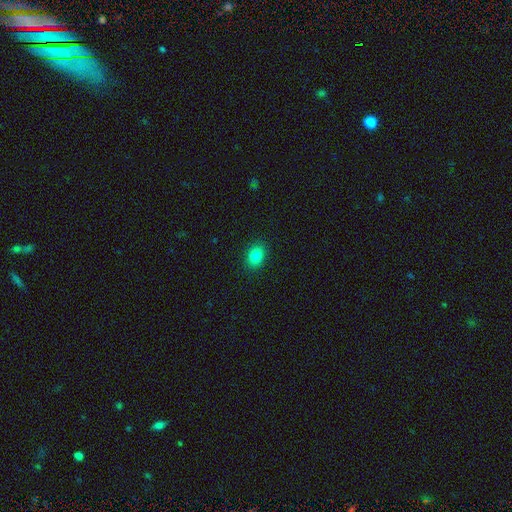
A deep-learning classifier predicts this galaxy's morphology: smooth 83%, star or artifact 11%, featured or disk 6%. Down the decision tree: how rounded — in between (68%); merging — none (89%).